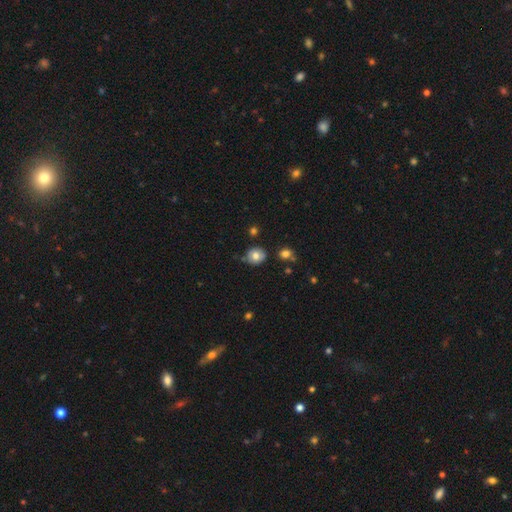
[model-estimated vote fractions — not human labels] This is likely a smooth galaxy (76%). How rounded: likely round (79%). Merging: likely none (77%).